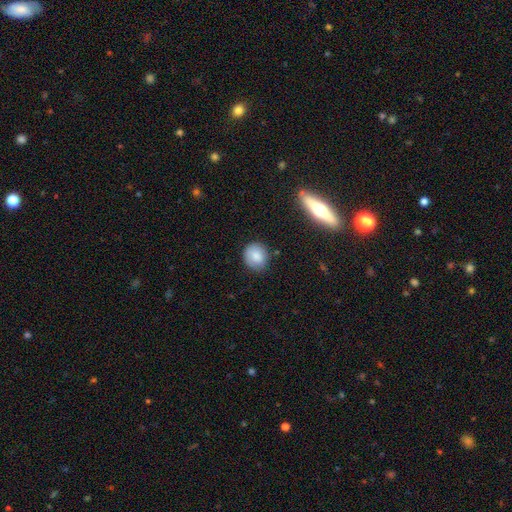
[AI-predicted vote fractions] Smooth or featured?
  - smooth: 80% *
  - featured or disk: 11%
  - star or artifact: 9%
How rounded?
  - round: 80% *
  - in between: 19%
  - cigar-shaped: 1%
Merging?
  - none: 76% *
  - minor disturbance: 18%
  - major disturbance: 4%
  - merger: 2%